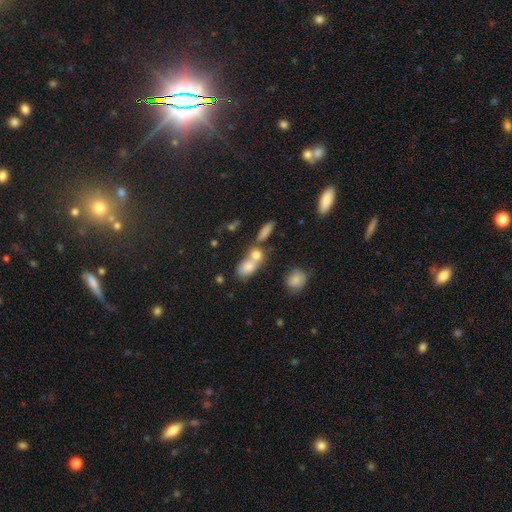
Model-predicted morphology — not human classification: Smooth or featured: star or artifact — 64% (smooth — 22%)